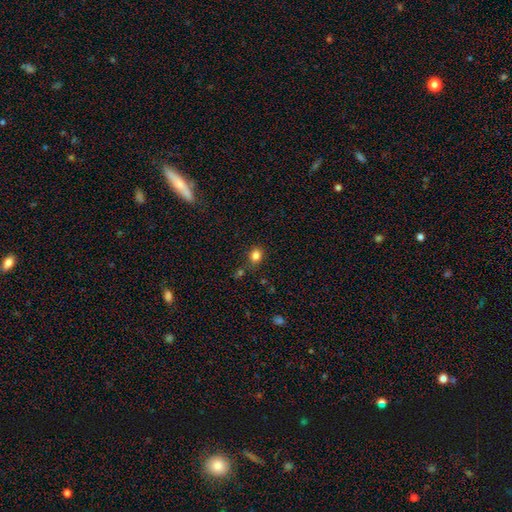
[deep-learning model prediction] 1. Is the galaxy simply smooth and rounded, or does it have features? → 82% smooth, 12% star or artifact, 5% featured or disk.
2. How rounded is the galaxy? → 56% round, 43% in between, 1% cigar-shaped.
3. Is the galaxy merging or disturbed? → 77% none, 13% minor disturbance, 6% merger, 4% major disturbance.